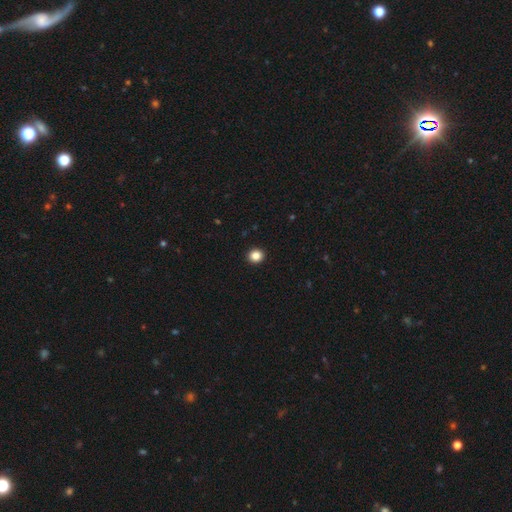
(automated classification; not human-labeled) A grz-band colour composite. It shows a smooth galaxy with no disk features (85%) that is round (86%). Merging: none (94%).